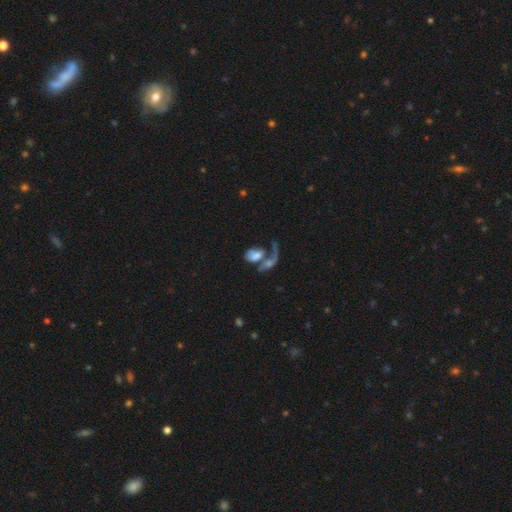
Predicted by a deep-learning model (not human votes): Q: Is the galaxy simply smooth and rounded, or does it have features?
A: smooth — 49%.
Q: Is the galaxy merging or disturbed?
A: merger — 58%.